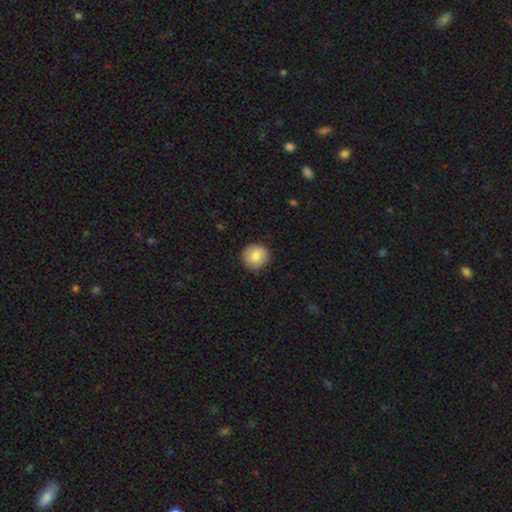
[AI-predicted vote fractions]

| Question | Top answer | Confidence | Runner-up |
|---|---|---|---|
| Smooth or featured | smooth | 82% | featured or disk (11%) |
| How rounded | round | 92% | in between (7%) |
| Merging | none | 89% | minor disturbance (8%) |